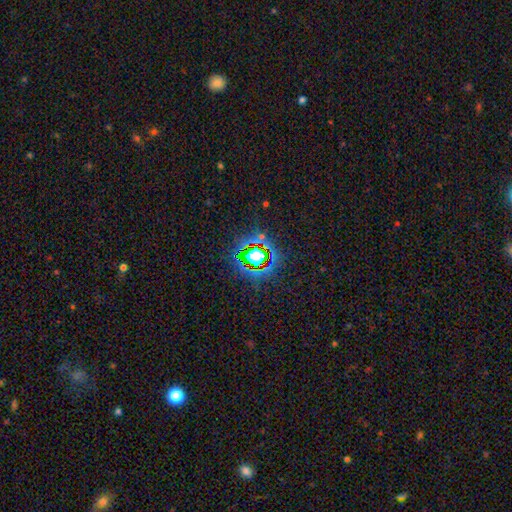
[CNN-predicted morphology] This appears to be a star or artifact, not a galaxy (70%).